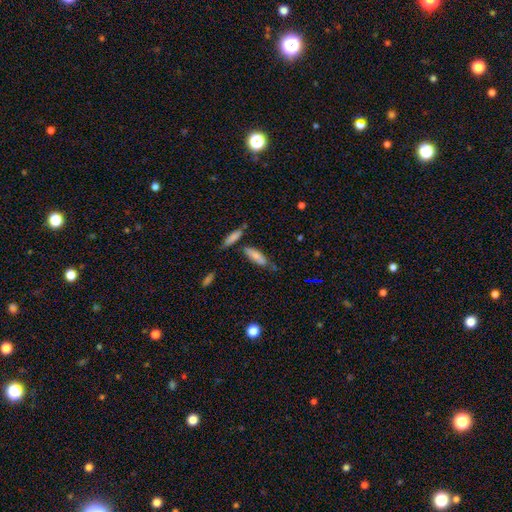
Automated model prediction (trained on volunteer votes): Smooth or featured: smooth — 62% (featured or disk — 27%)
How rounded: cigar-shaped — 59% (in between — 38%)
Merging: none — 59% (minor disturbance — 21%)